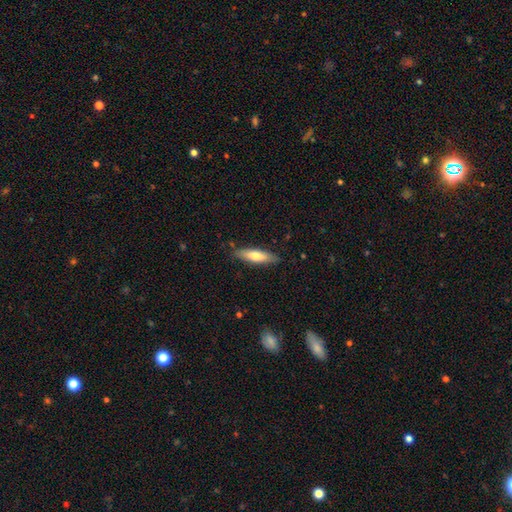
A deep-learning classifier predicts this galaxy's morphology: Smooth or featured? Predicted: smooth (p=0.69). How rounded? Predicted: cigar-shaped (p=0.66). Merging? Predicted: none (p=0.85).